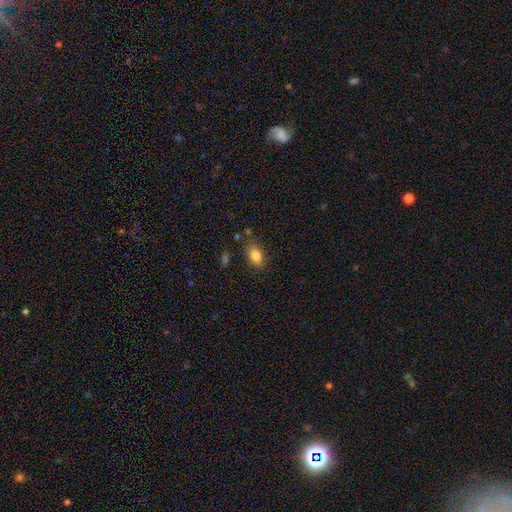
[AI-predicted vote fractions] smooth-or-featured: smooth: 84% | star or artifact: 8% | featured or disk: 8%
  how-rounded: in between: 86% | round: 11% | cigar-shaped: 3%
  merging: none: 81% | minor disturbance: 13% | major disturbance: 3% | merger: 3%